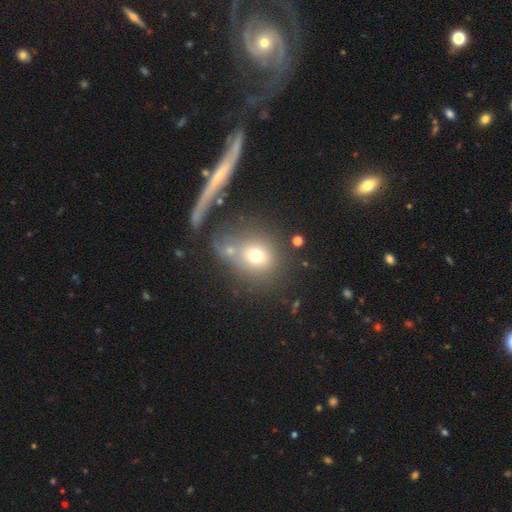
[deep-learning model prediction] Q: Smooth or featured?
A: smooth (68%); runner-up: featured or disk (17%)
Q: How rounded?
A: round (77%); runner-up: in between (22%)
Q: Merging?
A: none (48%); runner-up: merger (30%)